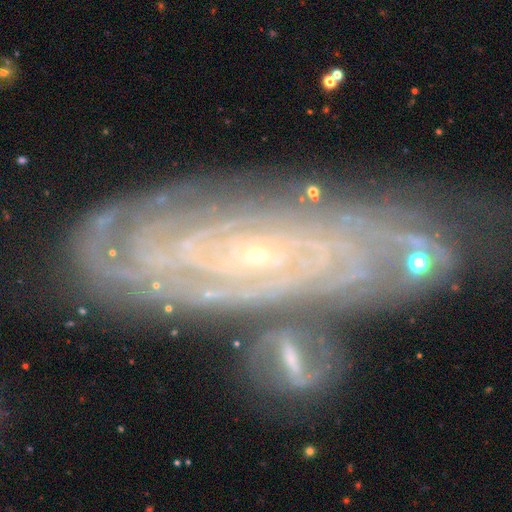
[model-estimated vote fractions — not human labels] This is clearly a featured or disk galaxy (89%). It is clearly not viewed edge-on (93%). Bar: likely no (61%). Spiral arm pattern: clearly yes (97%). Spiral arm count: marginally can't tell (29%). Spiral winding: clearly tight (82%). Central bulge: clearly small (89%). Merging: possibly none (50%).